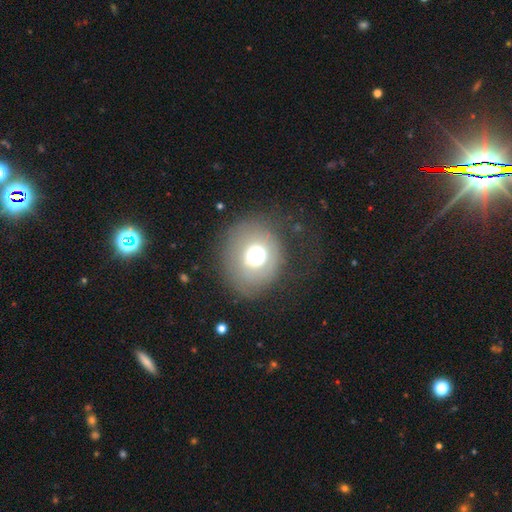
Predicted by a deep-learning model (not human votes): The model was most divided on "smooth or featured": smooth: 61%, featured or disk: 26%, star or artifact: 13%. More confident: how rounded — round (78%); merging — none (68%).